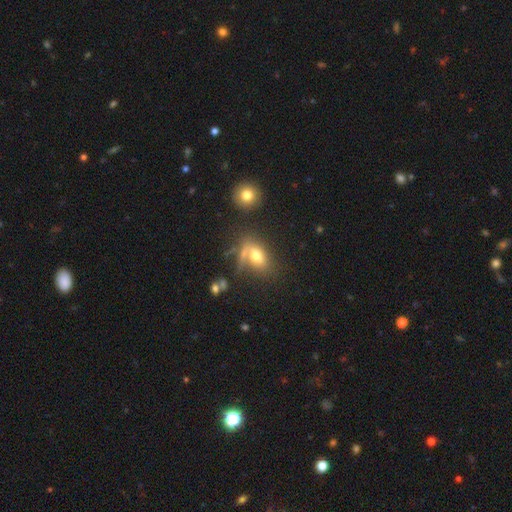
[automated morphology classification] This appears to be a smooth galaxy with no disk features (67%) that is in between round and cigar-shaped (78%). Merging: none (46%).